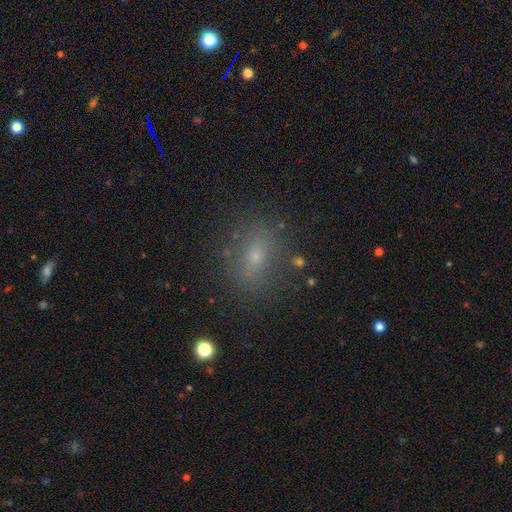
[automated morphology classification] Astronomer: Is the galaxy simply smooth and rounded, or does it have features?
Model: smooth — 58%.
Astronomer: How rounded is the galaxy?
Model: in between — 61%.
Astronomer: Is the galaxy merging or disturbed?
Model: none — 80%.